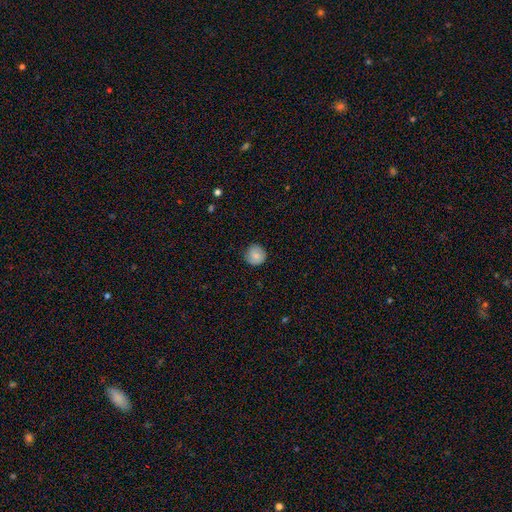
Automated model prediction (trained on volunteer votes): smooth 79%, featured or disk 13%, star or artifact 7%. Down the decision tree: how rounded — round (93%); merging — none (84%).